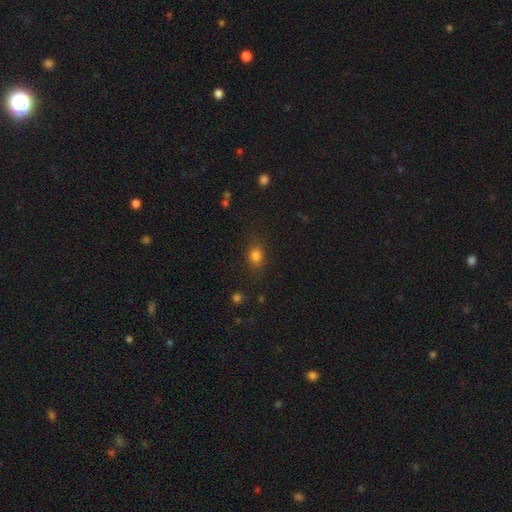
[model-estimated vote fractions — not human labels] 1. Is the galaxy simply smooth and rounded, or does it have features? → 80% smooth, 13% star or artifact, 7% featured or disk.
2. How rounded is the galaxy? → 55% round, 44% in between, 2% cigar-shaped.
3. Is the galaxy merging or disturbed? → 79% none, 14% minor disturbance, 5% major disturbance, 2% merger.